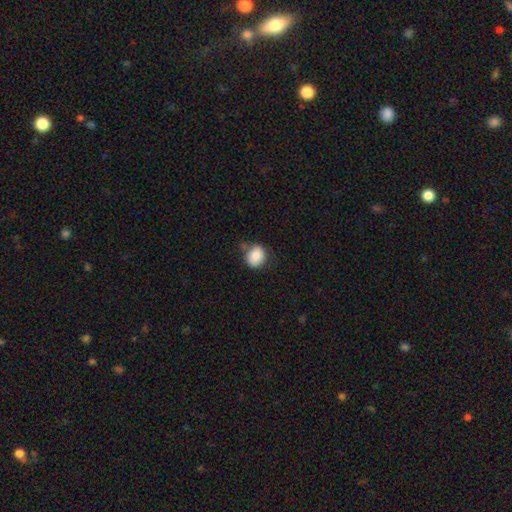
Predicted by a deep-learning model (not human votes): This is clearly a smooth galaxy (86%). How rounded: likely round (68%). Merging: likely none (69%).